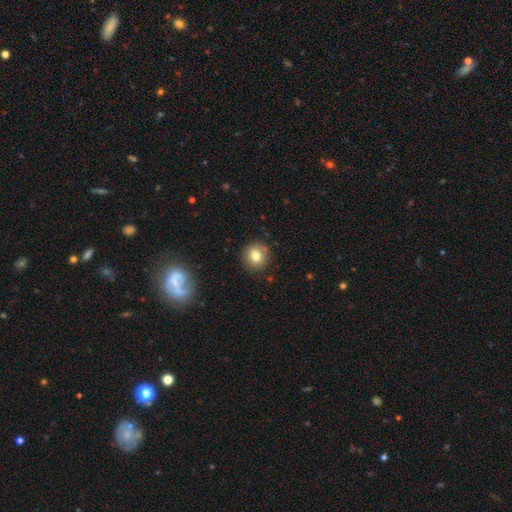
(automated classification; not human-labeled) smooth_or_featured: smooth (p=0.80) [alt: star or artifact p=0.11]
how_rounded: round (p=0.90) [alt: in between p=0.09]
merging: none (p=0.89) [alt: minor disturbance p=0.08]